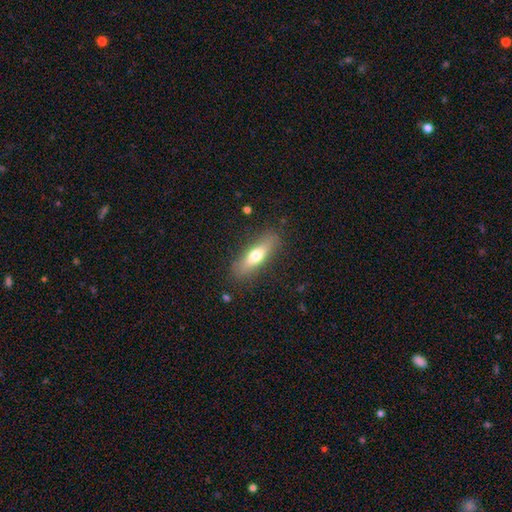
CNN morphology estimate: smooth-or-featured: smooth: 62% | featured or disk: 32% | star or artifact: 6%
  how-rounded: cigar-shaped: 61% | in between: 37% | round: 3%
  merging: none: 84% | minor disturbance: 11% | major disturbance: 3% | merger: 1%